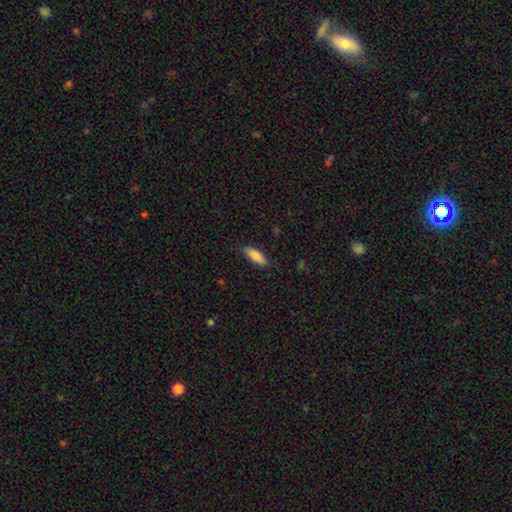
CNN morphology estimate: Overall: smooth (81%). How rounded: in between (61%; cigar-shaped 37%). Merging: none (85%).